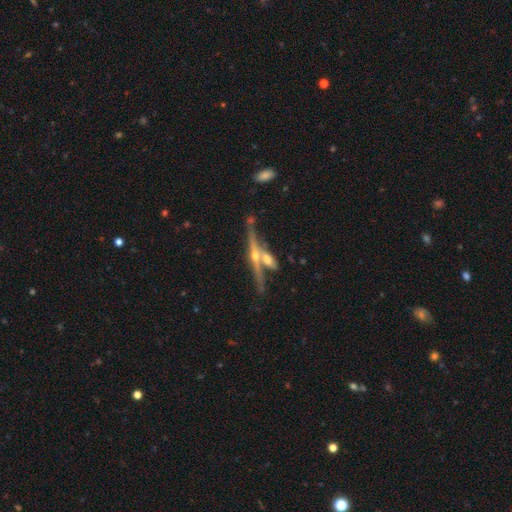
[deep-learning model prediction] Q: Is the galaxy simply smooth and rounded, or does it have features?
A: featured or disk — 81%.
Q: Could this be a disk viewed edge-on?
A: yes — 94%.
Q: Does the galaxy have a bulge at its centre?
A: rounded — 86%.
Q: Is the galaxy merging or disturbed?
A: none — 60%.